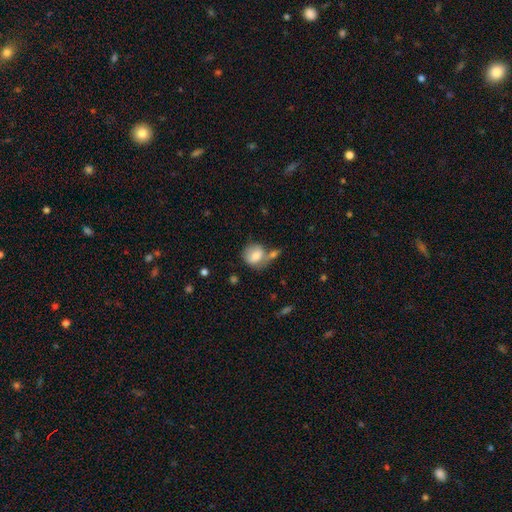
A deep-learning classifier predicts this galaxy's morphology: Q: Smooth or featured?
A: smooth (72%); runner-up: featured or disk (20%)
Q: How rounded?
A: round (76%); runner-up: in between (23%)
Q: Merging?
A: none (44%); runner-up: merger (30%)